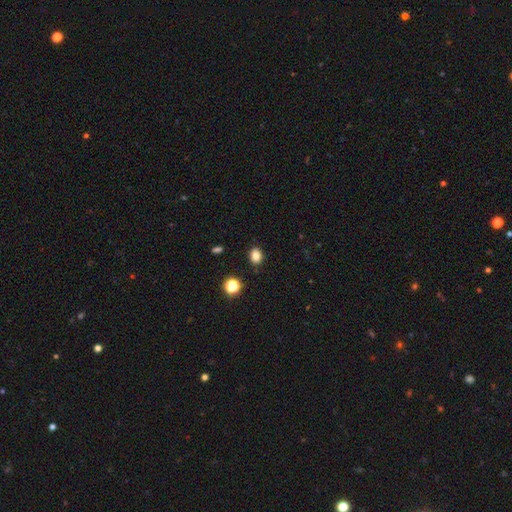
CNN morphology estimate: Overall: smooth (83%). How rounded: in between (59%; round 39%). Merging: none (88%).